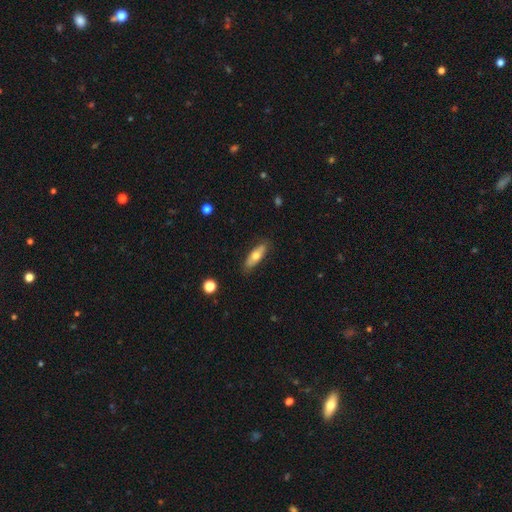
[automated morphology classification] Smooth or featured? Predicted: smooth (p=0.60). How rounded? Predicted: in between (p=0.54). Merging? Predicted: none (p=0.83).